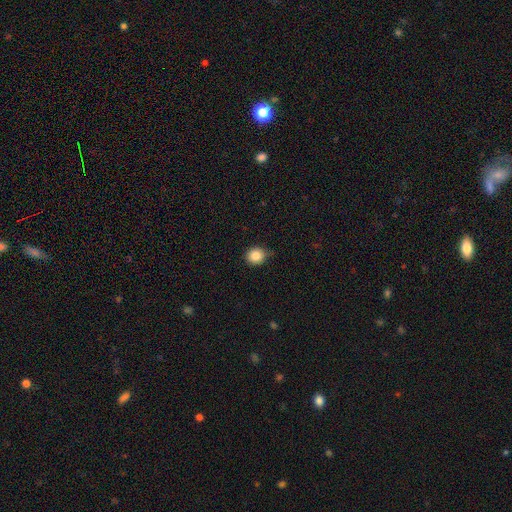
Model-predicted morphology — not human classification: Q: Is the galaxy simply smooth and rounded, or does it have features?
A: smooth — 84%.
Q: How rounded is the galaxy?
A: round — 85%.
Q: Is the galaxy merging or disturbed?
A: none — 74%.